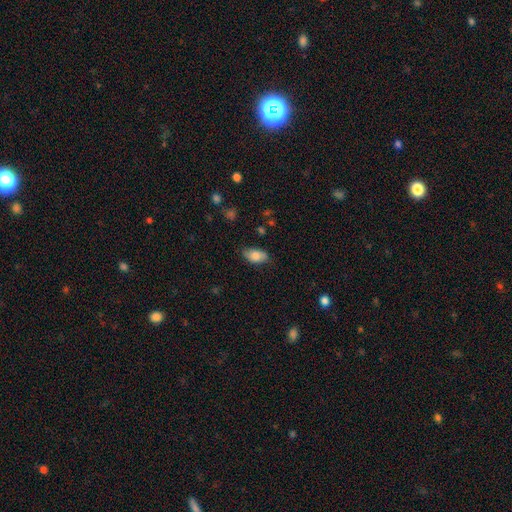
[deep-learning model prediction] smooth-or-featured: smooth: 77% | featured or disk: 16% | star or artifact: 7%
  how-rounded: in between: 93% | round: 5% | cigar-shaped: 3%
  merging: none: 76% | minor disturbance: 19% | major disturbance: 3% | merger: 1%